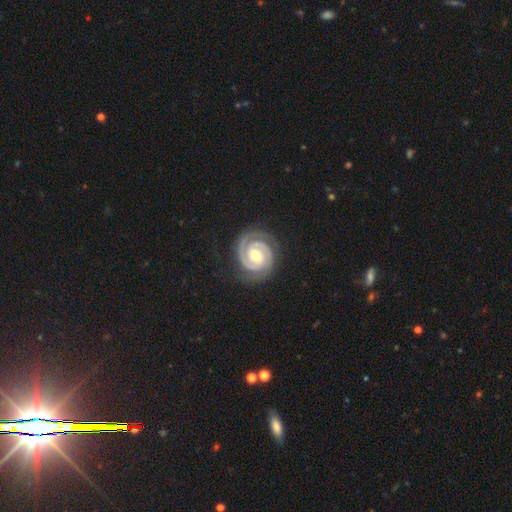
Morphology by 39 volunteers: Overall: featured or disk (95%). Edge-on disk: no (97%). Bar: weak (61%; strong 28%). Spiral arms: yes (100%). Spiral arm count: 2 (94%). Spiral winding: tight (75%). Bulge size: moderate (61%; small 28%). Merging: none (95%).